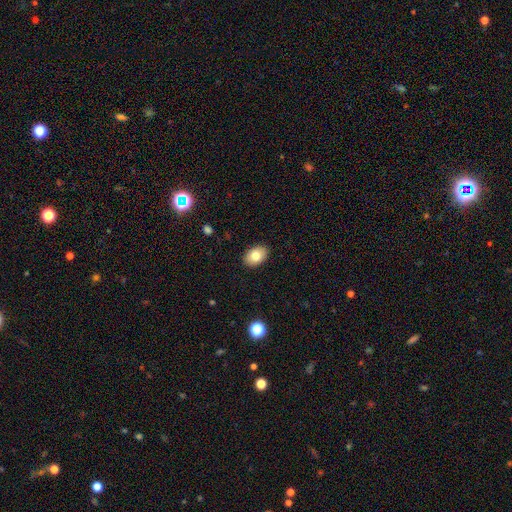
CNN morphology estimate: Q: Smooth or featured?
A: smooth (81%); runner-up: featured or disk (11%)
Q: How rounded?
A: in between (85%); runner-up: round (13%)
Q: Merging?
A: none (90%); runner-up: minor disturbance (8%)